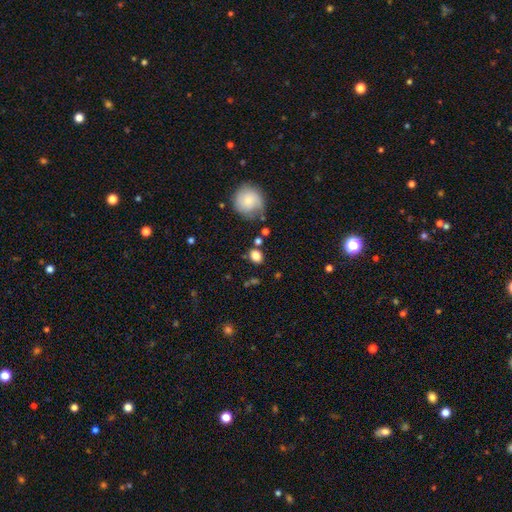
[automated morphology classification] The model was most divided on "how rounded": round: 51%, in between: 48%, cigar-shaped: 1%. More confident: smooth or featured — smooth (81%); merging — none (75%).